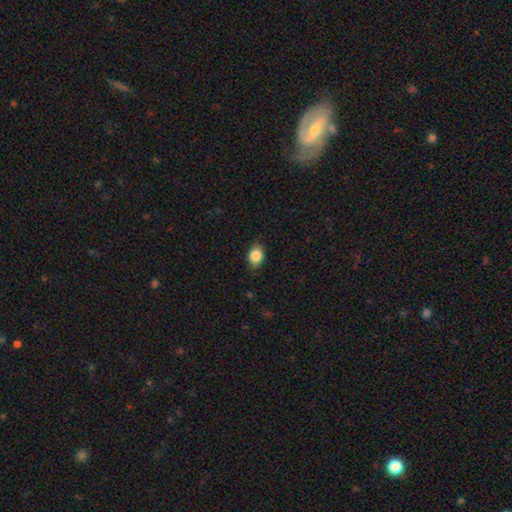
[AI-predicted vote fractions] Smooth or featured?
  - smooth: 86% *
  - star or artifact: 8%
  - featured or disk: 6%
How rounded?
  - in between: 73% *
  - round: 26%
  - cigar-shaped: 1%
Merging?
  - none: 83% *
  - minor disturbance: 14%
  - major disturbance: 3%
  - merger: 1%